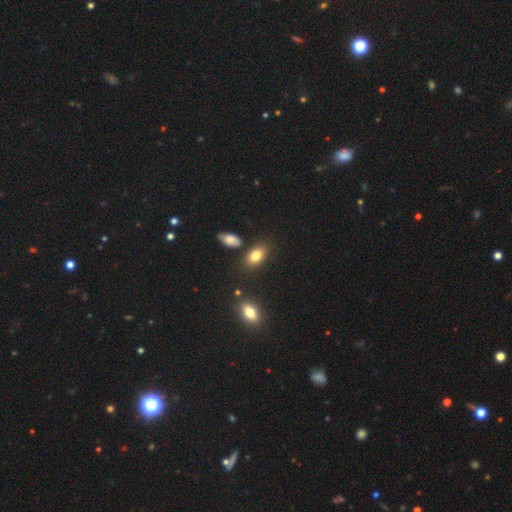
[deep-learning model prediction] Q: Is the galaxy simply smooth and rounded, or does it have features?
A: smooth — 80%.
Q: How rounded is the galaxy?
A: in between — 88%.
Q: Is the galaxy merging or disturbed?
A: none — 76%.